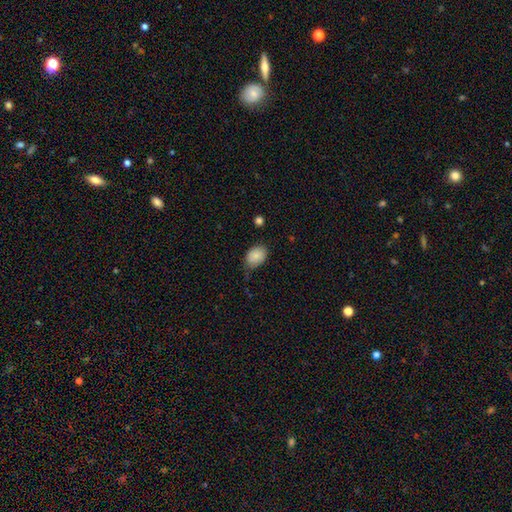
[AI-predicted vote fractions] Smooth or featured? smooth (84%)
How rounded? in between (74%)
Merging? none (63%)